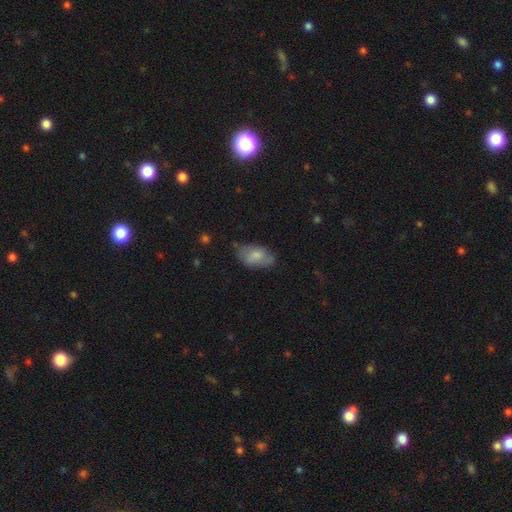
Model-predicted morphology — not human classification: smooth 71%, featured or disk 22%, star or artifact 7%. Down the decision tree: how rounded — in between (92%); merging — none (59%).